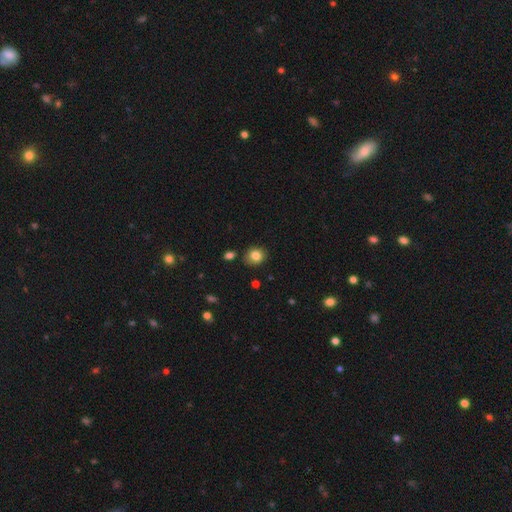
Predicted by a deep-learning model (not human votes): Morphology: type=smooth (82%); roundness=round (73%); merging=none (83%).